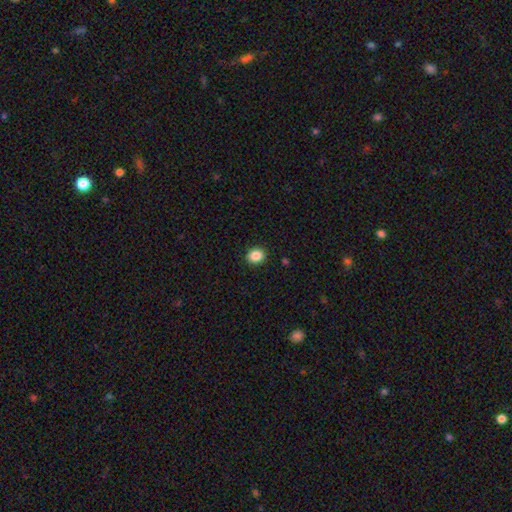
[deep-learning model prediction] Smooth or featured?
  - smooth: 87% *
  - star or artifact: 9%
  - featured or disk: 4%
How rounded?
  - round: 63% *
  - in between: 36%
  - cigar-shaped: 1%
Merging?
  - none: 91% *
  - minor disturbance: 6%
  - major disturbance: 2%
  - merger: 1%